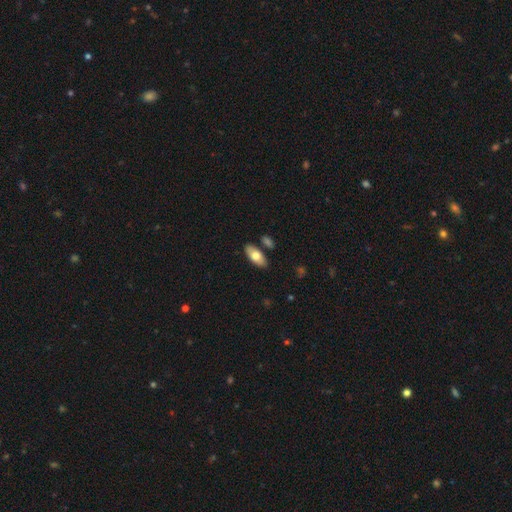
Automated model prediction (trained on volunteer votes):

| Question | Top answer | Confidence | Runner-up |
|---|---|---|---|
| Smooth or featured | smooth | 71% | featured or disk (23%) |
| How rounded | in between | 89% | cigar-shaped (8%) |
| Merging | none | 82% | minor disturbance (11%) |